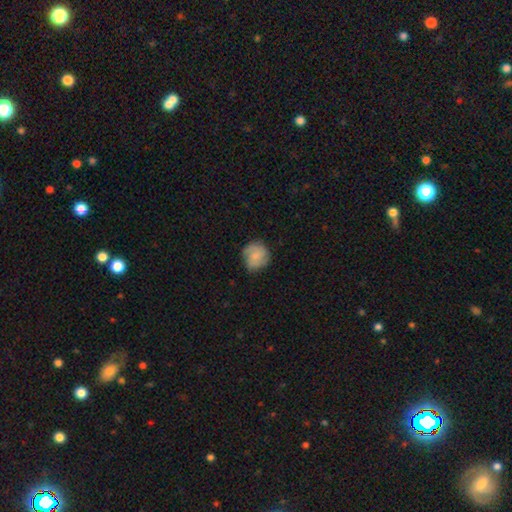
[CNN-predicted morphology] Smooth or featured?
  - smooth: 57% *
  - featured or disk: 36%
  - star or artifact: 7%
How rounded?
  - round: 84% *
  - in between: 15%
  - cigar-shaped: 1%
Merging?
  - none: 71% *
  - minor disturbance: 22%
  - major disturbance: 6%
  - merger: 1%